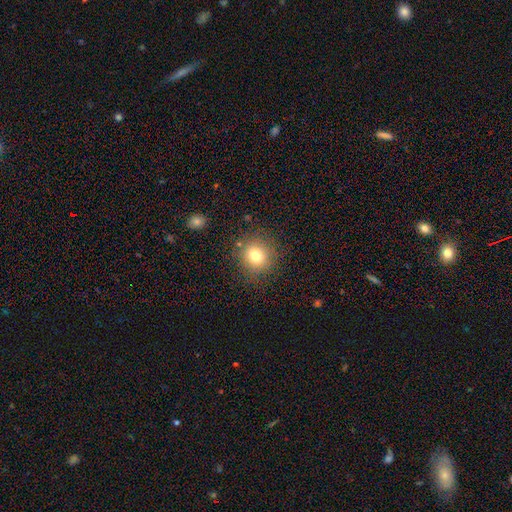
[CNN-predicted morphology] smooth 77%, star or artifact 13%, featured or disk 10%. Down the decision tree: how rounded — round (89%); merging — none (85%).